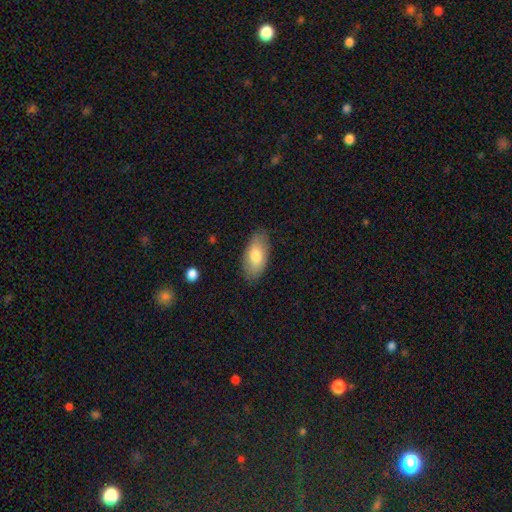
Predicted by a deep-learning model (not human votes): This is likely a smooth galaxy (76%). How rounded: clearly in between (92%). Merging: clearly none (83%).